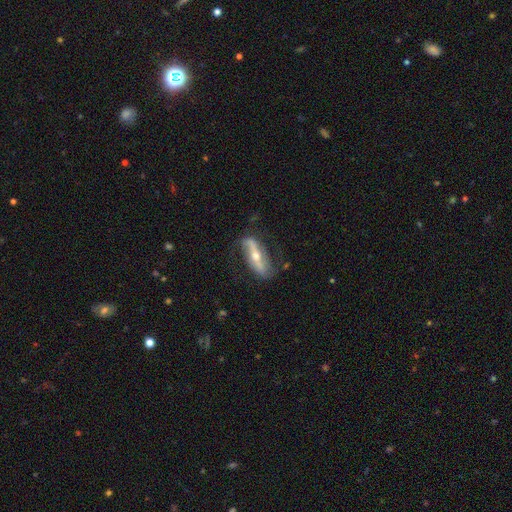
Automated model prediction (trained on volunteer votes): Smooth or featured: featured or disk — 79% (smooth — 16%)
Edge-on disk: no — 75% (yes — 25%)
Bar: strong — 58% (no — 22%)
Spiral arms: yes — 85% (no — 15%)
Bulge size: moderate — 54% (small — 42%)
Merging: none — 69% (minor disturbance — 20%)